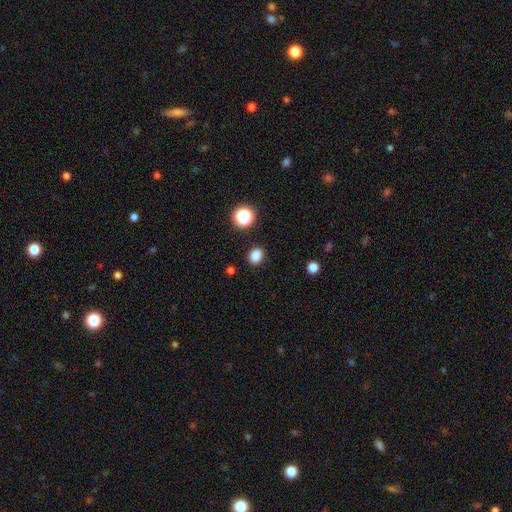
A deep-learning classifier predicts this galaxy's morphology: A smooth galaxy with no disk features (84%) that is in between round and cigar-shaped (54%). Merging: none (88%).